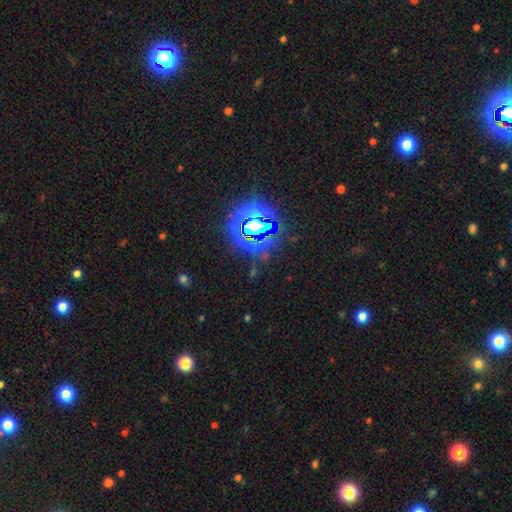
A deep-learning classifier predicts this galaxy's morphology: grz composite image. It shows a star or artifact, not a galaxy (84%).